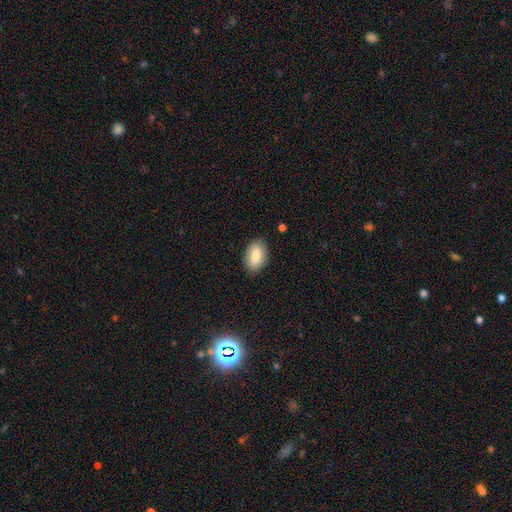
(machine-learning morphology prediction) type=smooth (83%); roundness=in between (92%); merging=none (86%).